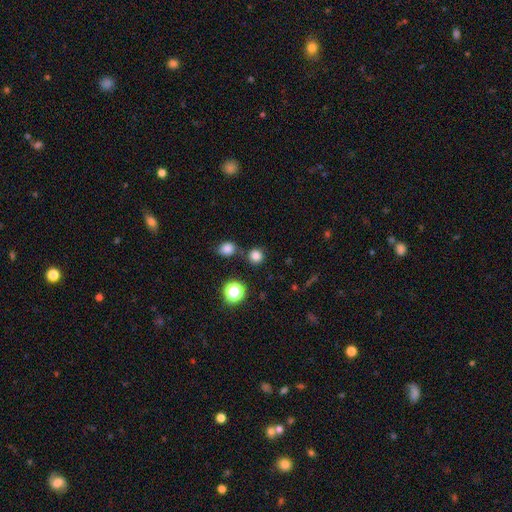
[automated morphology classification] Smooth or featured? Predicted: smooth (p=0.79). How rounded? Predicted: round (p=0.91). Merging? Predicted: none (p=0.78).